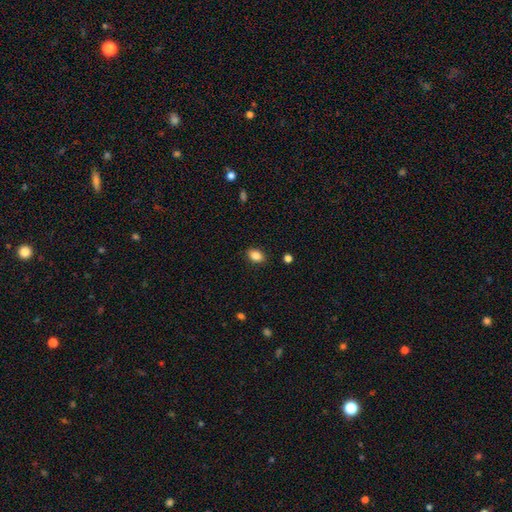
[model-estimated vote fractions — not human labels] This is clearly a smooth galaxy (86%). How rounded: likely in between (77%). Merging: clearly none (87%).